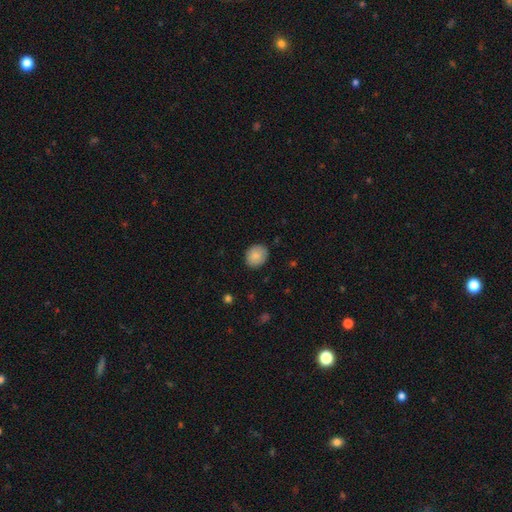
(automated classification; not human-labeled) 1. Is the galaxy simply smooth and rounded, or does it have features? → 85% smooth, 8% featured or disk, 7% star or artifact.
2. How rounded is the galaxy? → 69% round, 30% in between, 1% cigar-shaped.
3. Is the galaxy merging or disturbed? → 83% none, 13% minor disturbance, 3% major disturbance, 1% merger.